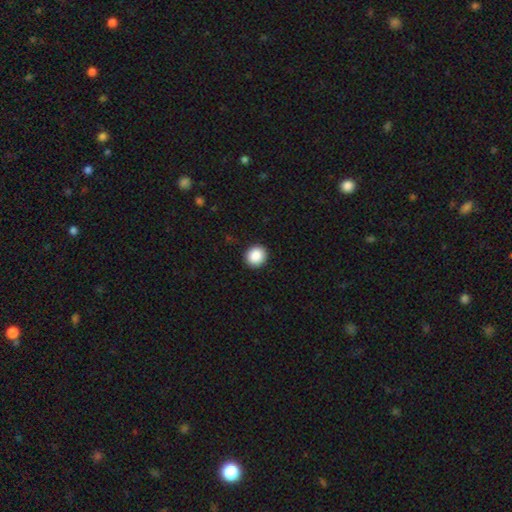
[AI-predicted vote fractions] Smooth or featured? smooth (88%)
How rounded? round (85%)
Merging? none (92%)